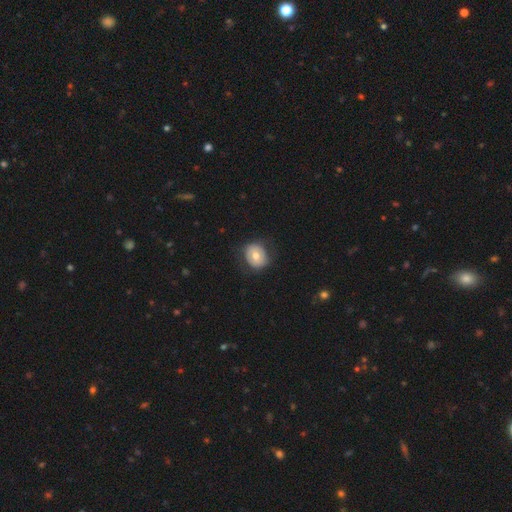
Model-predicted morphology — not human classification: Q: Smooth or featured?
A: smooth (64%); runner-up: featured or disk (29%)
Q: How rounded?
A: round (72%); runner-up: in between (27%)
Q: Merging?
A: none (78%); runner-up: minor disturbance (14%)